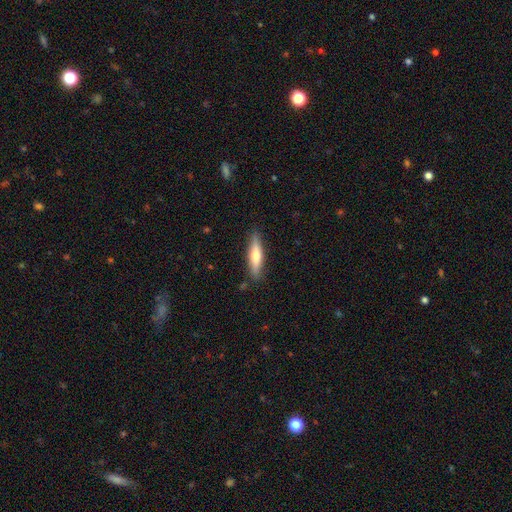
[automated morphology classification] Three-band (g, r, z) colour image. It shows a smooth galaxy with no disk features (52%) that is cigar-shaped (76%). Merging: none (87%).